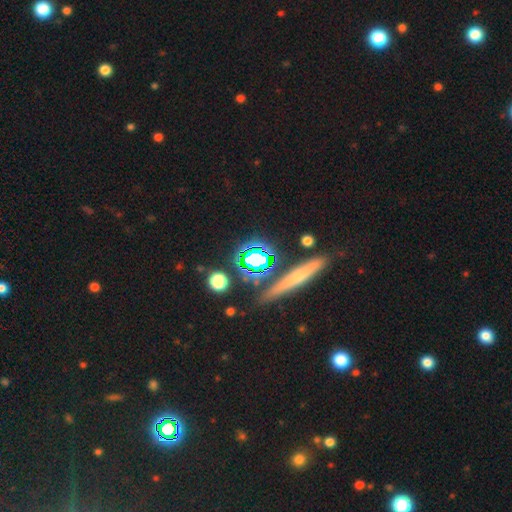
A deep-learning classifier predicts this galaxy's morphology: This is marginally a star or artifact rather than a galaxy (43%).